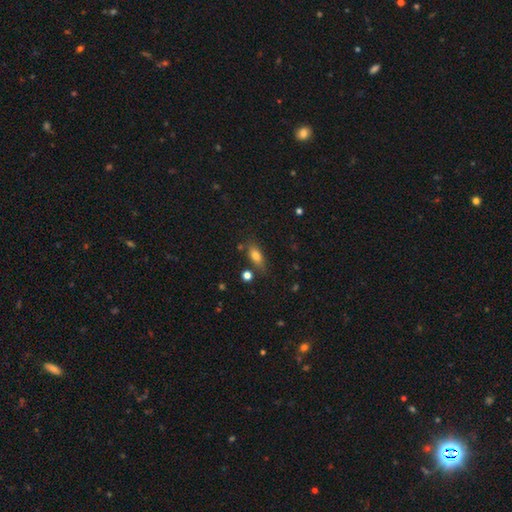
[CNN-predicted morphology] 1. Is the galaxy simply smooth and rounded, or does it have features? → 74% smooth, 17% featured or disk, 9% star or artifact.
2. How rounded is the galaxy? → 74% in between, 21% cigar-shaped, 5% round.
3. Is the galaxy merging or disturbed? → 73% none, 17% minor disturbance, 6% merger, 5% major disturbance.